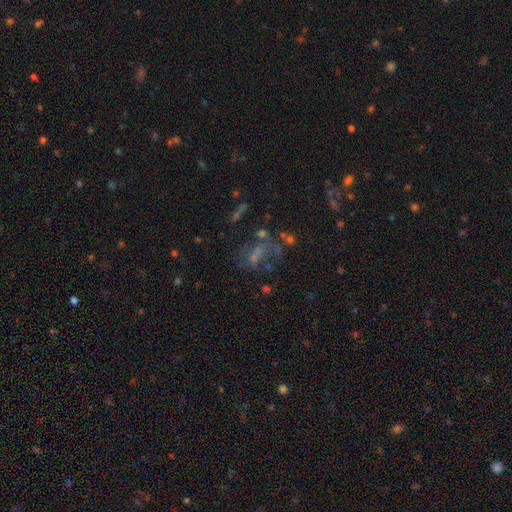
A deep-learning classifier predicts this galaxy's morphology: smooth-or-featured: featured or disk: 38% | star or artifact: 37% | smooth: 25%
  merging: none: 42% | major disturbance: 29% | minor disturbance: 16% | merger: 13%